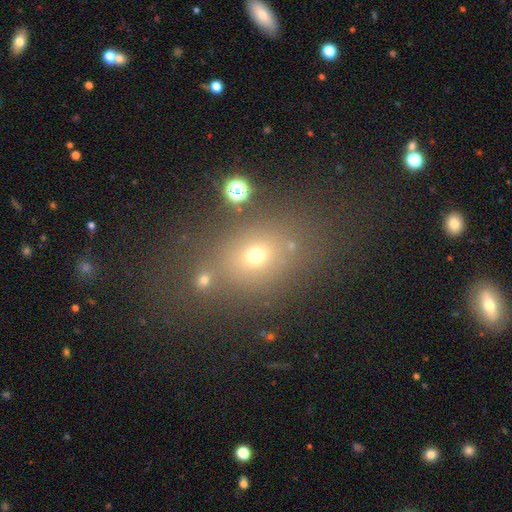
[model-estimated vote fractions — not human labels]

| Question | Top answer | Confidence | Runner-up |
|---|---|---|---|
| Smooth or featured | smooth | 63% | star or artifact (23%) |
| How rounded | in between | 54% | round (43%) |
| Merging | none | 69% | minor disturbance (13%) |